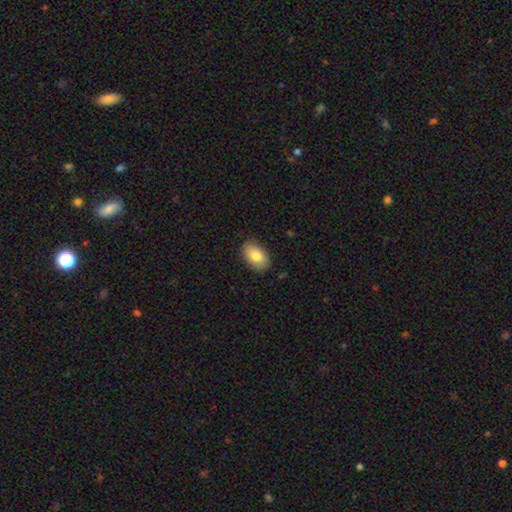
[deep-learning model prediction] Smooth or featured? smooth (81%)
How rounded? in between (91%)
Merging? none (86%)